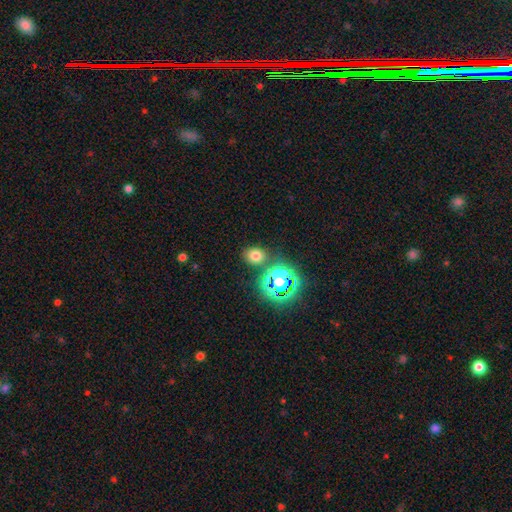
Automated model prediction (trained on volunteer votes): This is likely a smooth galaxy (68%). How rounded: possibly round (55%). Merging: likely none (78%).